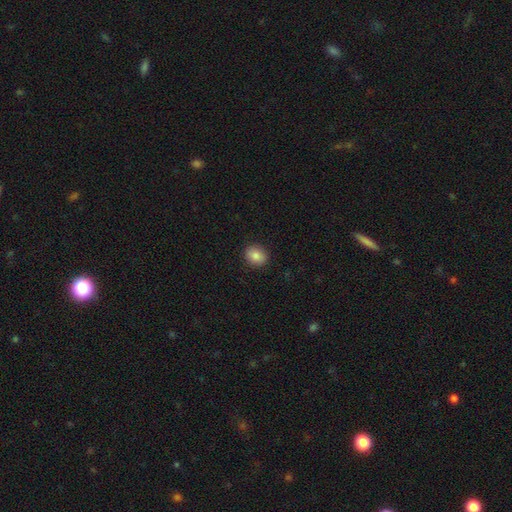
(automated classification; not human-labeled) smooth 86%, star or artifact 9%, featured or disk 5%. Down the decision tree: how rounded — round (53%); merging — none (90%).